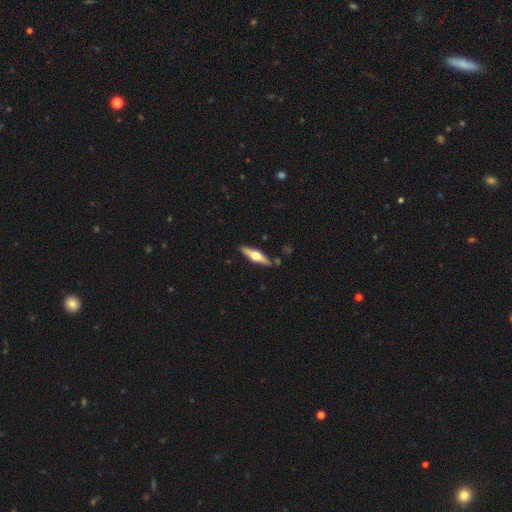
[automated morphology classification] smooth-or-featured: featured or disk: 67% | smooth: 27% | star or artifact: 5%
  disk-edge-on: yes: 96% | no: 4%
    edge-on-bulge: rounded: 94% | boxy: 4% | none: 2%
  merging: none: 87% | minor disturbance: 9% | merger: 2% | major disturbance: 2%